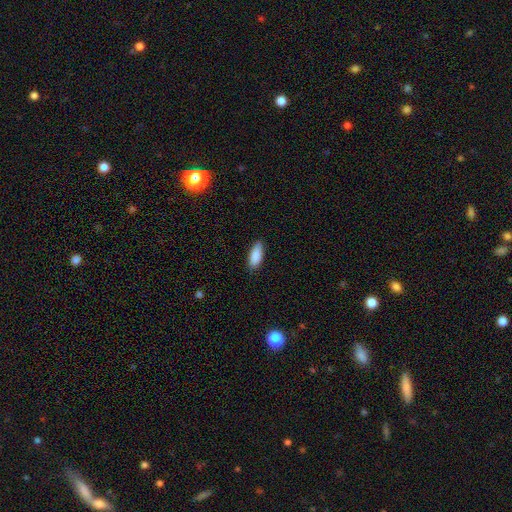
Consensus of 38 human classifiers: This appears to be a smooth galaxy with no disk features (87%) that is in between round and cigar-shaped (76%). Merging: none (77%).